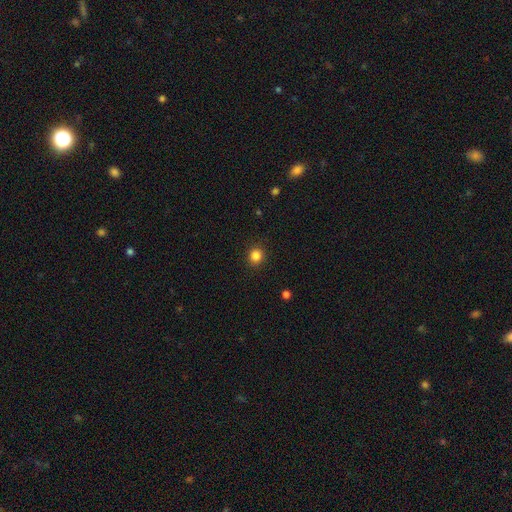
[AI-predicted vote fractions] Smooth or featured?
  - smooth: 84% *
  - star or artifact: 12%
  - featured or disk: 4%
How rounded?
  - round: 88% *
  - in between: 11%
  - cigar-shaped: 1%
Merging?
  - none: 91% *
  - minor disturbance: 6%
  - major disturbance: 2%
  - merger: 1%